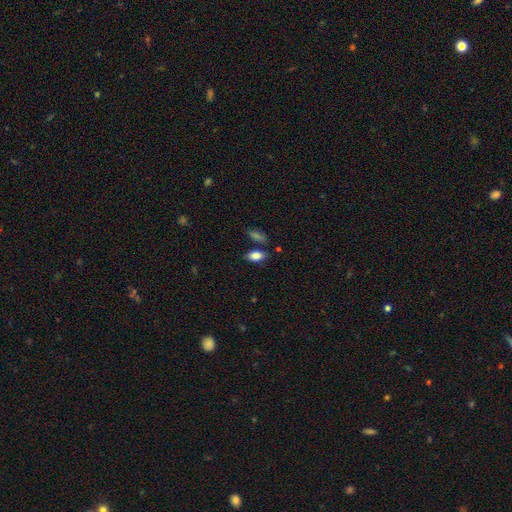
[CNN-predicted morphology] A smooth galaxy with no disk features (84%) that is in between round and cigar-shaped (89%). Merging: none (78%).